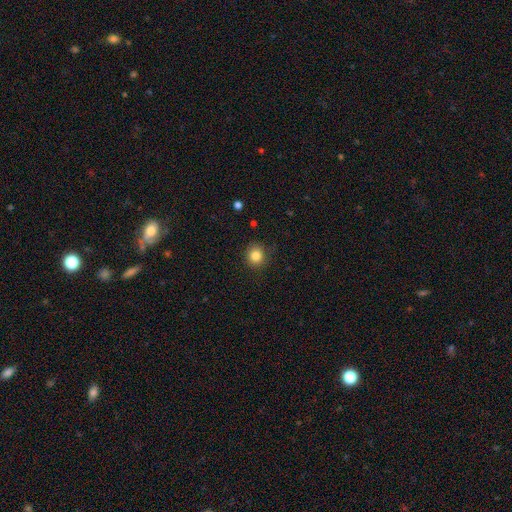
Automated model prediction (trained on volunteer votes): Smooth or featured?
  - smooth: 84% *
  - star or artifact: 11%
  - featured or disk: 5%
How rounded?
  - round: 87% *
  - in between: 12%
  - cigar-shaped: 1%
Merging?
  - none: 86% *
  - minor disturbance: 10%
  - major disturbance: 3%
  - merger: 1%